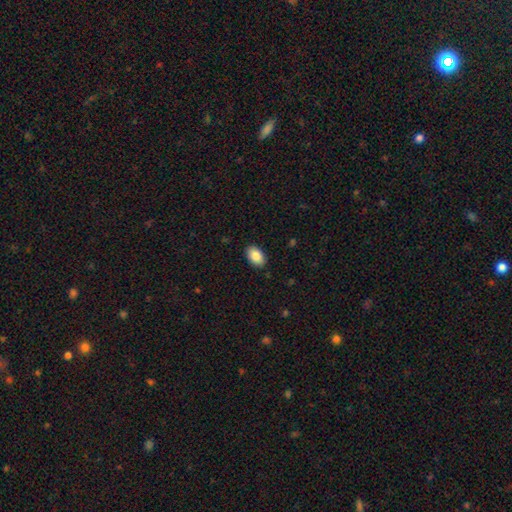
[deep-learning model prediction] A smooth galaxy with no disk features (86%) that is in between round and cigar-shaped (91%). Merging: none (89%).